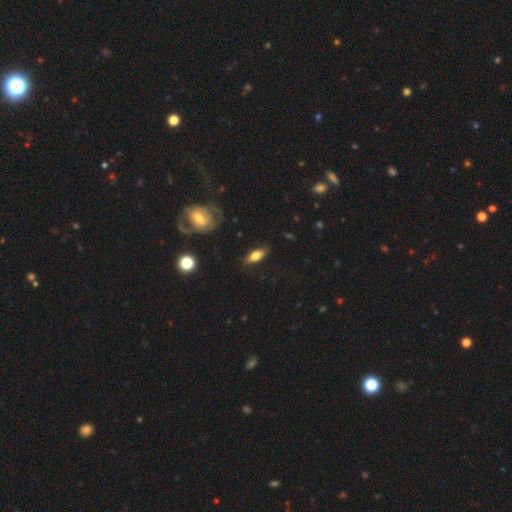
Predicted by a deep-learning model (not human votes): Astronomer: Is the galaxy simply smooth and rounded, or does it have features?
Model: smooth — 69%.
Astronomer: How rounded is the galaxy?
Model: in between — 77%.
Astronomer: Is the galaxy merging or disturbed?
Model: none — 81%.